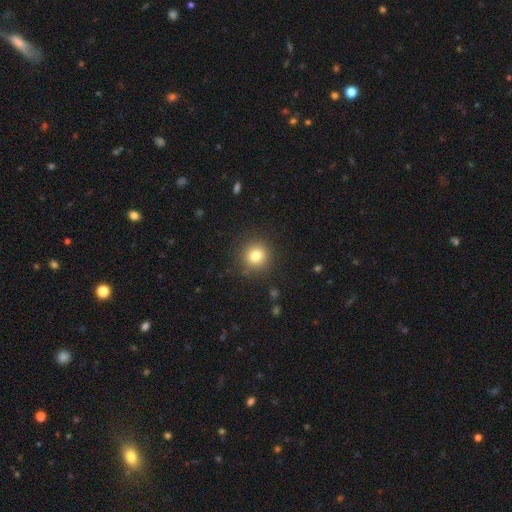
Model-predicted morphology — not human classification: Overall: smooth (79%). How rounded: round (93%). Merging: none (89%).